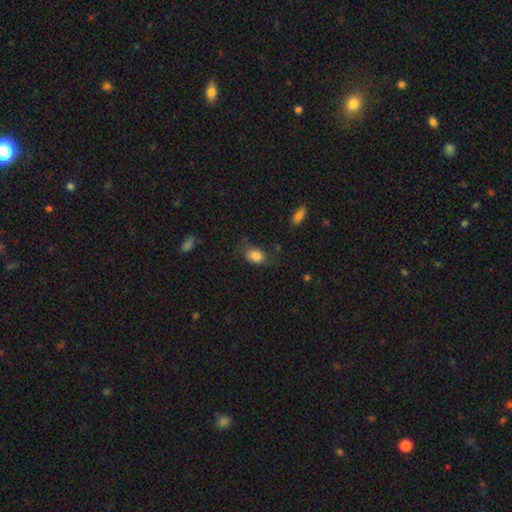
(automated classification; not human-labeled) A smooth galaxy with no disk features (85%) that is in between round and cigar-shaped (77%). Merging: none (64%).